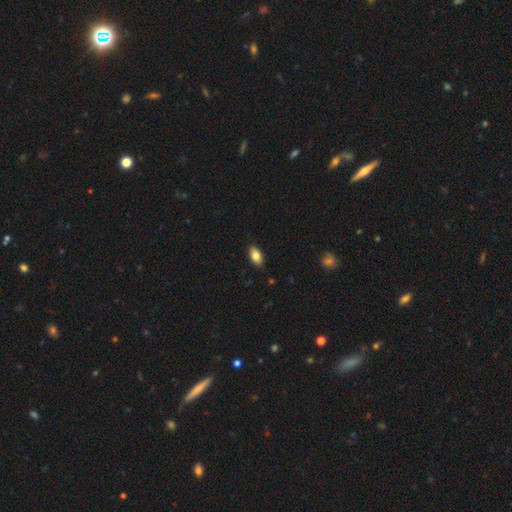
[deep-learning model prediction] Q: Smooth or featured?
A: smooth (82%); runner-up: featured or disk (10%)
Q: How rounded?
A: in between (92%); runner-up: round (4%)
Q: Merging?
A: none (88%); runner-up: minor disturbance (9%)